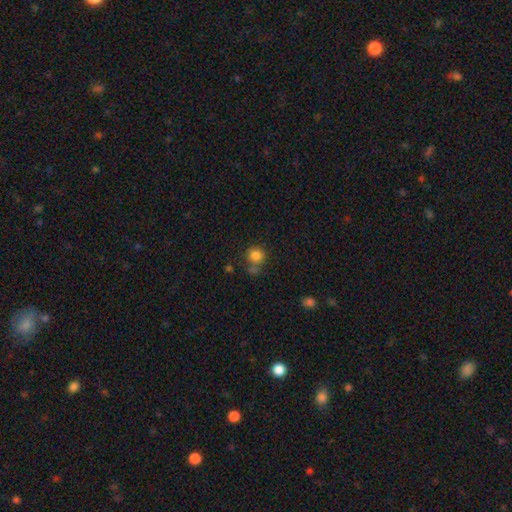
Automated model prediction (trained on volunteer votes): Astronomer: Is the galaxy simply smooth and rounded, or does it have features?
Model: smooth — 82%.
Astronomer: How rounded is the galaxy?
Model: round — 87%.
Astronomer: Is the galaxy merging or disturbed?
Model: none — 60%.